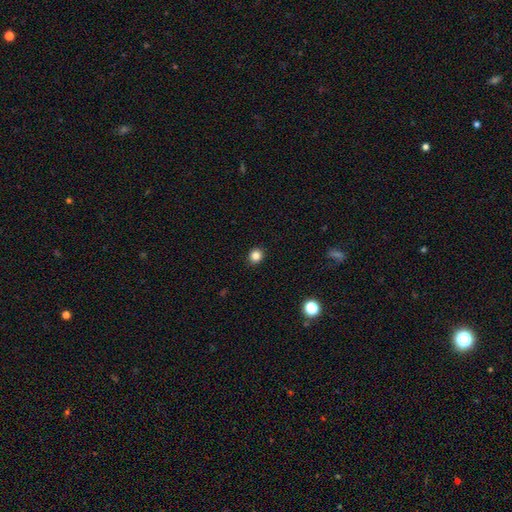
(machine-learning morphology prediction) Smooth or featured?
  - smooth: 84% *
  - star or artifact: 12%
  - featured or disk: 4%
How rounded?
  - round: 86% *
  - in between: 13%
  - cigar-shaped: 1%
Merging?
  - none: 92% *
  - minor disturbance: 5%
  - major disturbance: 2%
  - merger: 1%